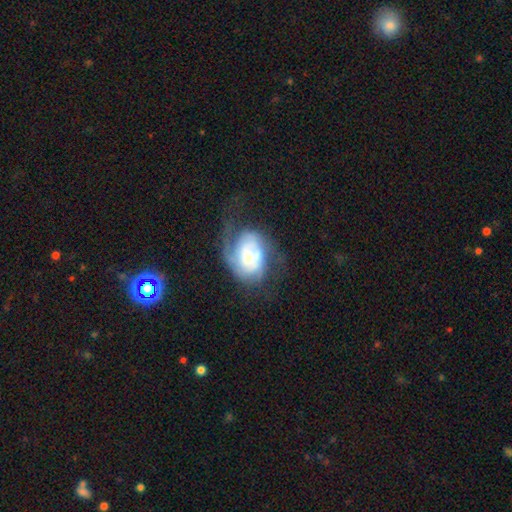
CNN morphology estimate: This is likely a featured or disk galaxy (68%). It is clearly not viewed edge-on (97%). Bar: likely no (72%). Spiral arm pattern: clearly yes (81%). Spiral arm count: marginally can't tell (35%). Spiral winding: marginally tight (44%). Central bulge: possibly small (47%). Merging: marginally none (40%).